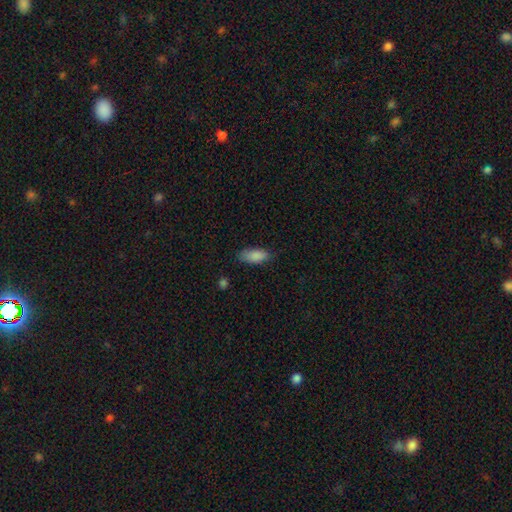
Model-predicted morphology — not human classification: Smooth or featured? Predicted: smooth (p=0.88). How rounded? Predicted: in between (p=0.84). Merging? Predicted: none (p=0.77).